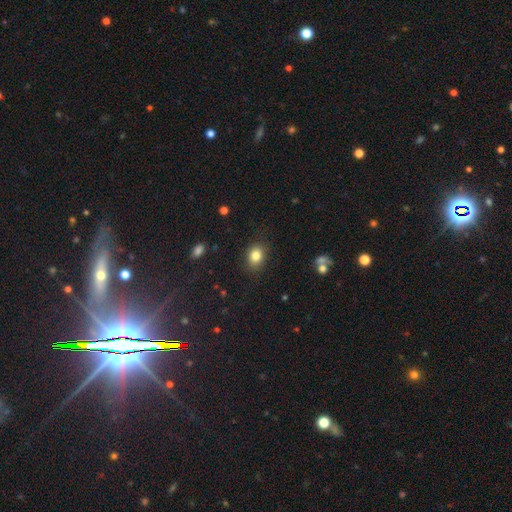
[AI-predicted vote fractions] This appears to be a smooth galaxy with no disk features (83%) that is in between round and cigar-shaped (52%). Merging: none (85%).